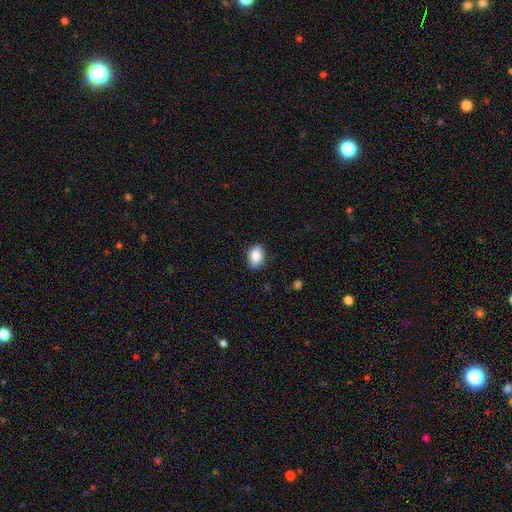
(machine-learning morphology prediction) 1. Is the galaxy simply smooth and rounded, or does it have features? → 84% smooth, 8% featured or disk, 8% star or artifact.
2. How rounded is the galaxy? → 84% in between, 14% round, 2% cigar-shaped.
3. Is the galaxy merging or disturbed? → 83% none, 13% minor disturbance, 3% major disturbance, 1% merger.